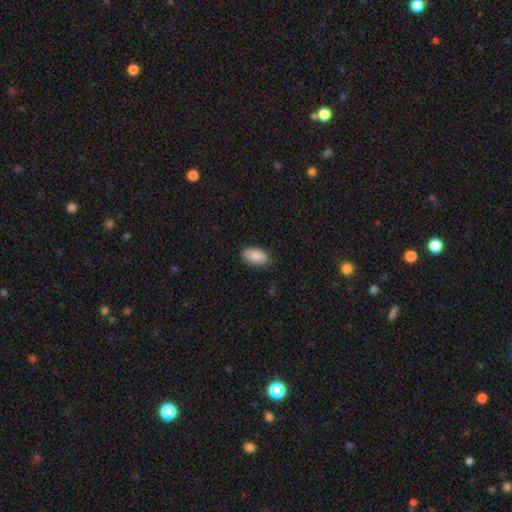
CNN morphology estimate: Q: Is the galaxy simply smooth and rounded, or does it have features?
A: smooth — 88%.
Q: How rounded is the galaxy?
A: in between — 94%.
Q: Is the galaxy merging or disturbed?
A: none — 81%.